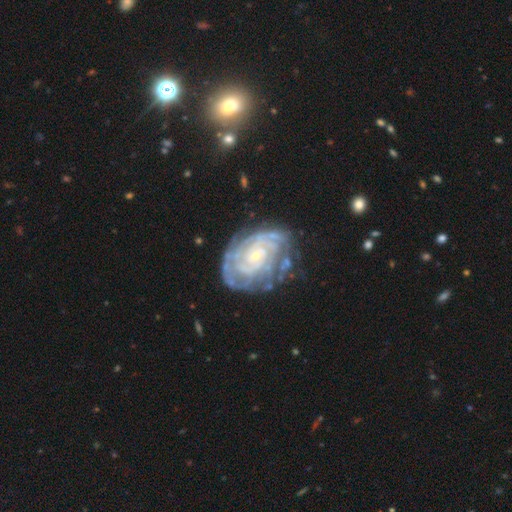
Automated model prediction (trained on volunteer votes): featured or disk 86%, smooth 8%, star or artifact 6%. Down the decision tree: edge-on disk — no (97%); bar — no (73%); spiral arms — yes (94%); spiral arm count — can't tell (39%); spiral winding — tight (78%); bulge size — small (81%); merging — none (67%).